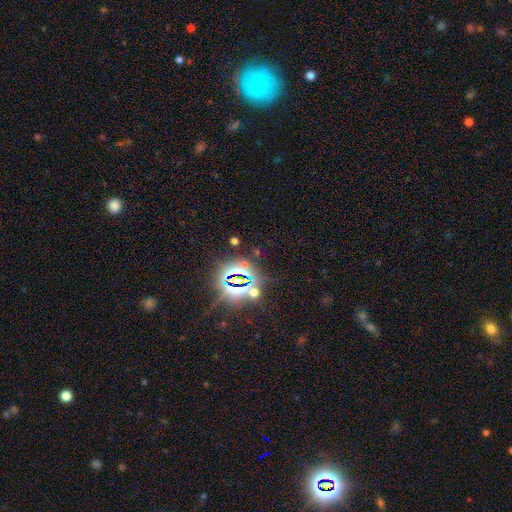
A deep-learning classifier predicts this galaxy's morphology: star or artifact 81%, smooth 11%, featured or disk 8%.